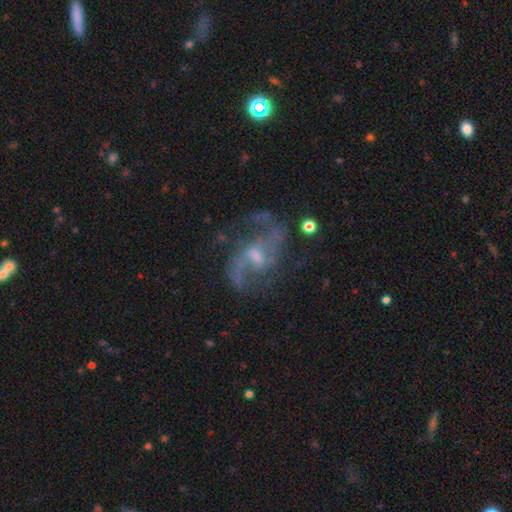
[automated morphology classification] smooth-or-featured: featured or disk: 87% | star or artifact: 7% | smooth: 6%
  disk-edge-on: no: 97% | yes: 3%
    bar: weak: 57% | no: 25% | strong: 17%
    has-spiral-arms: yes: 94% | no: 6%
      spiral-winding: loose: 58% | medium: 35% | tight: 7%
      spiral-arm-count: 2: 87% | can't tell: 4% | 3: 3% | 1: 3% | 4: 2% | more than 4: 1%
    bulge-size: small: 53% | moderate: 34% | none: 9% | large: 2% | dominant: 1%
  merging: none: 65% | minor disturbance: 17% | major disturbance: 15% | merger: 3%